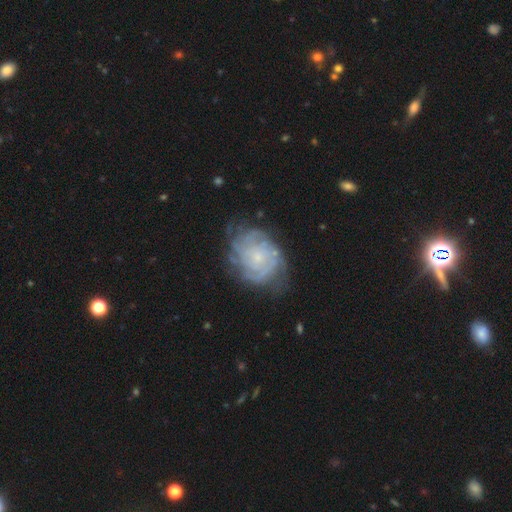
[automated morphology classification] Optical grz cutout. It shows a featured or disk galaxy (72%) with no bar (74%), tight (69%) spiral arms (92%) and a small central bulge (69%). Merging: none (74%).